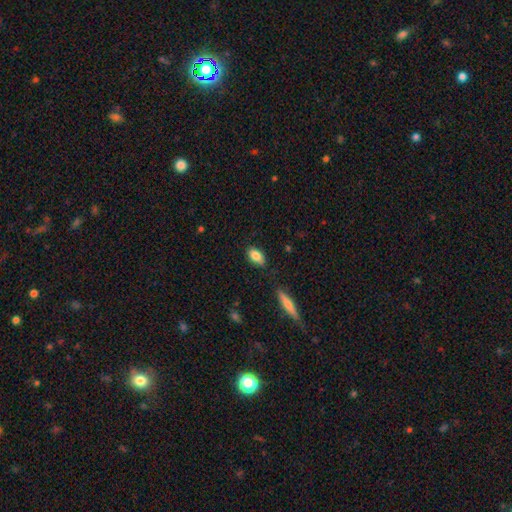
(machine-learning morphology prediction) smooth 82%, featured or disk 10%, star or artifact 7%. Down the decision tree: how rounded — in between (87%); merging — none (80%).